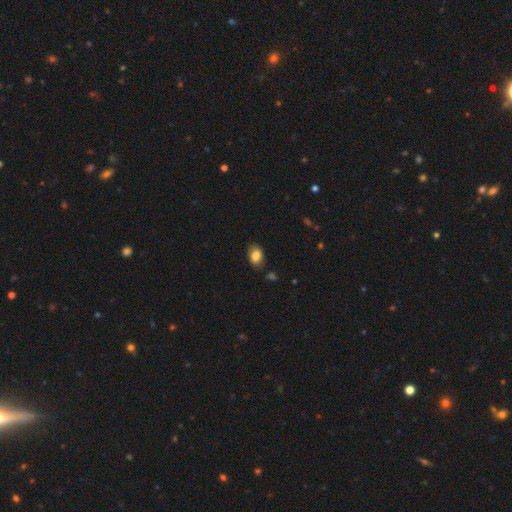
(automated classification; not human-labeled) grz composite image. It shows a smooth galaxy with no disk features (84%) that is in between round and cigar-shaped (81%). Merging: none (79%).